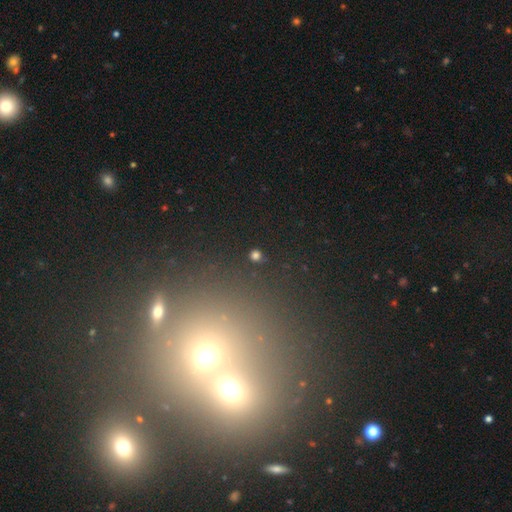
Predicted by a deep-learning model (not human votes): smooth-or-featured: smooth: 72% | star or artifact: 22% | featured or disk: 5%
  how-rounded: round: 84% | in between: 14% | cigar-shaped: 2%
  merging: none: 87% | minor disturbance: 7% | merger: 3% | major disturbance: 3%